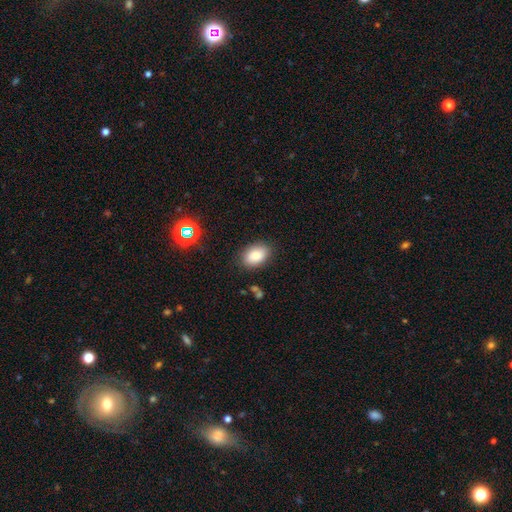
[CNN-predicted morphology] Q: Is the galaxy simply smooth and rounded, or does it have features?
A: smooth — 83%.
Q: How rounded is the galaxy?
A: in between — 85%.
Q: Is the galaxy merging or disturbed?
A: none — 84%.